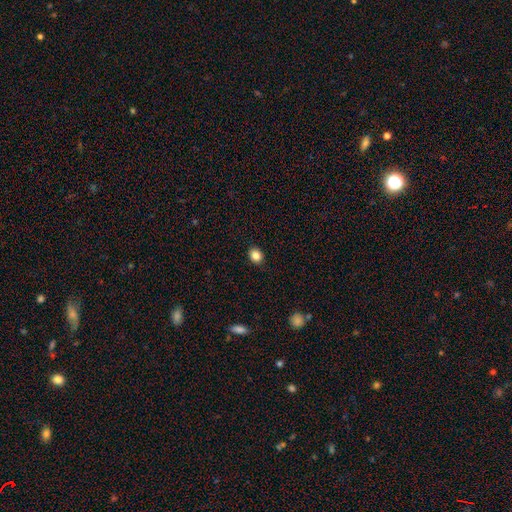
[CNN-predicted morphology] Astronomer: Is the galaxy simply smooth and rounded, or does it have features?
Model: smooth — 85%.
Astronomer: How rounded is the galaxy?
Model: round — 59% (runner-up: in between, 40%).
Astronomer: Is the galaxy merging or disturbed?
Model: none — 90%.